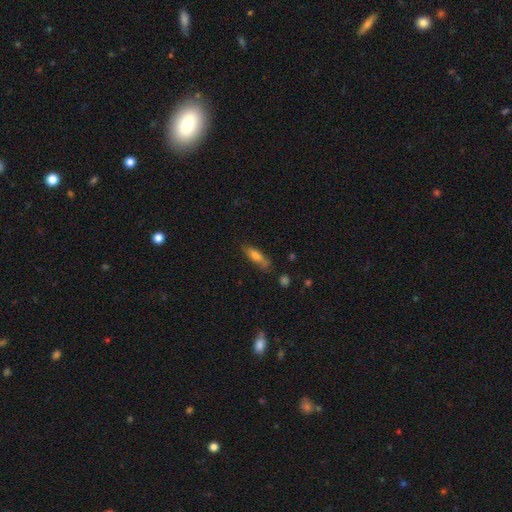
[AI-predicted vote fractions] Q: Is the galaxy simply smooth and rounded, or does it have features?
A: smooth — 67%.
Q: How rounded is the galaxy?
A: cigar-shaped — 54%.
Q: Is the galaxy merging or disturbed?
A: none — 72%.